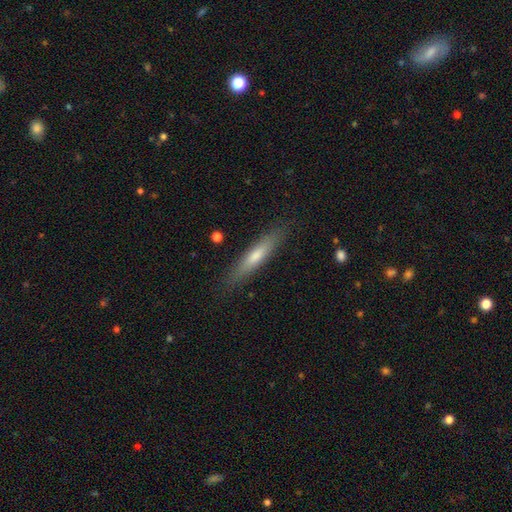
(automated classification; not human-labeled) A smooth galaxy with no disk features (62%) that is cigar-shaped (87%).

Vote fractions:
- Smooth or featured? smooth: 62% / featured or disk: 31% / star or artifact: 6%
- How rounded? cigar-shaped: 87% / in between: 12% / round: 1%
- Merging? none: 87% / minor disturbance: 10% / major disturbance: 2% / merger: 1%